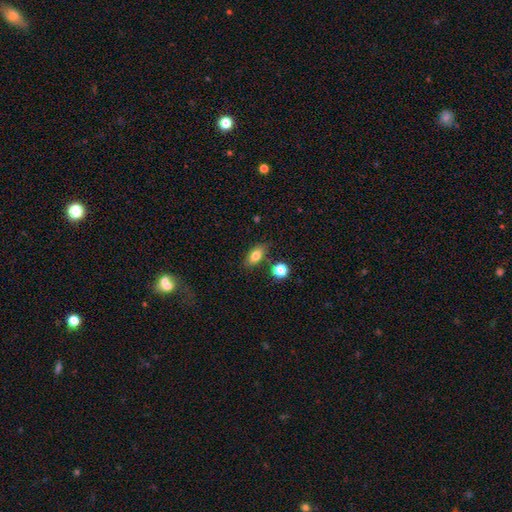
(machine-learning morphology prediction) The model was most divided on "smooth or featured": smooth: 78%, featured or disk: 13%, star or artifact: 10%. More confident: how rounded — in between (82%); merging — none (78%).